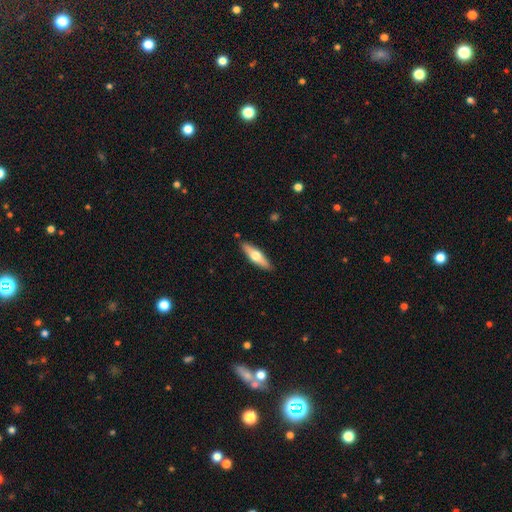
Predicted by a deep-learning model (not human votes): A smooth galaxy with no disk features (48%). Merging: none (89%).